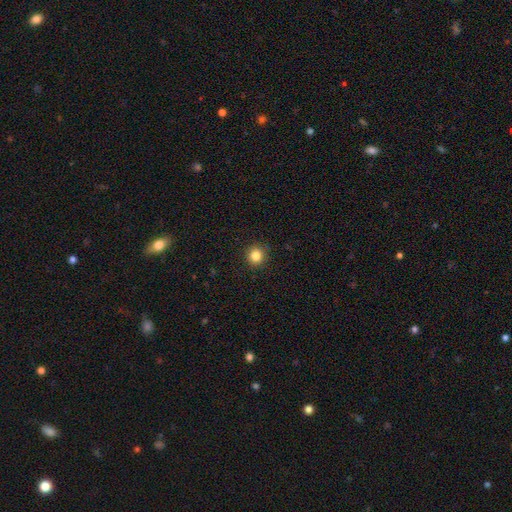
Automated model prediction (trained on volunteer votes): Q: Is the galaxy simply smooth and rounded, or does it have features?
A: smooth — 84%.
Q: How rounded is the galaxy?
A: round — 92%.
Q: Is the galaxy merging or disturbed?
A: none — 91%.